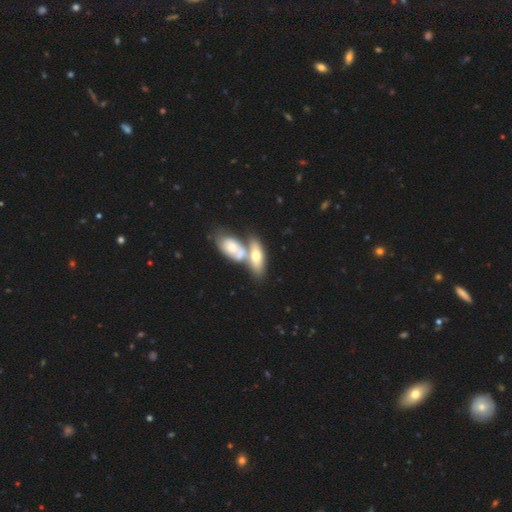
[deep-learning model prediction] smooth 55%, featured or disk 39%, star or artifact 6%. Down the decision tree: how rounded — in between (77%); merging — merger (56%).